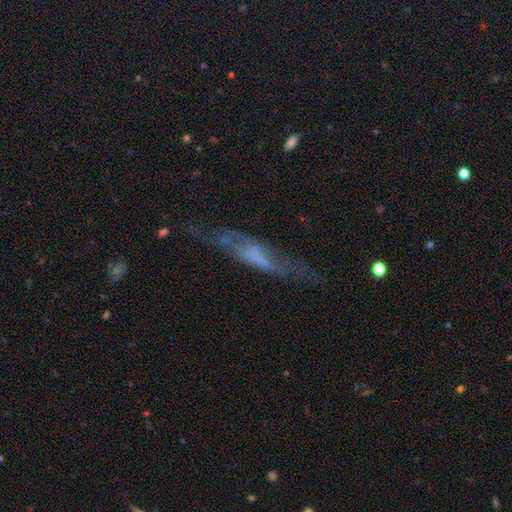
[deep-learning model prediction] The model was most divided on "edge-on disk": yes: 60%, no: 40%. More confident: smooth or featured — featured or disk (62%); merging — none (51%).